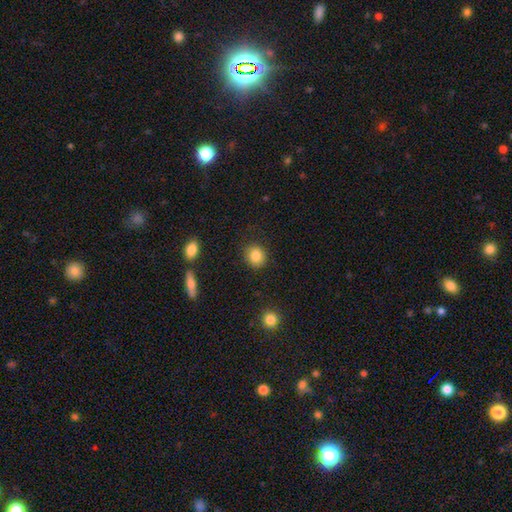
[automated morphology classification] A smooth galaxy with no disk features (84%) that is round (80%).

Vote fractions:
- Smooth or featured? smooth: 84% / star or artifact: 9% / featured or disk: 7%
- How rounded? round: 80% / in between: 19% / cigar-shaped: 1%
- Merging? none: 86% / minor disturbance: 10% / major disturbance: 3% / merger: 2%